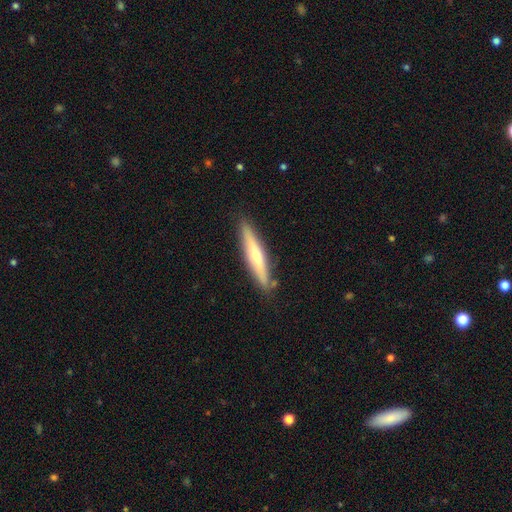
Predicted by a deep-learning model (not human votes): Smooth or featured?
  - featured or disk: 55% *
  - smooth: 38%
  - star or artifact: 7%
Edge-on disk?
  - yes: 91% *
  - no: 9%
Merging?
  - none: 88% *
  - minor disturbance: 9%
  - major disturbance: 2%
  - merger: 1%